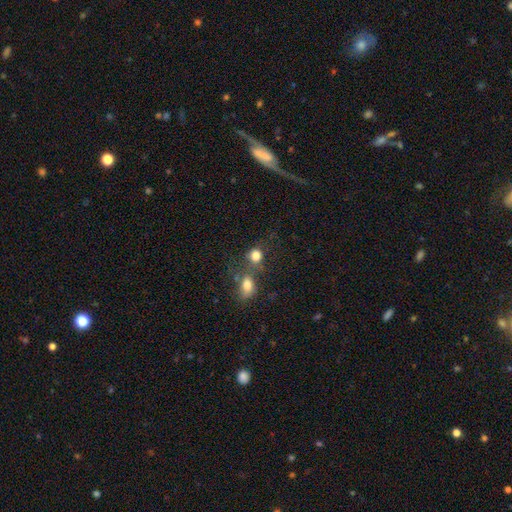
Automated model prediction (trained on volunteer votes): Overall: smooth (79%). How rounded: round (71%). Merging: none (48%; merger 34%).